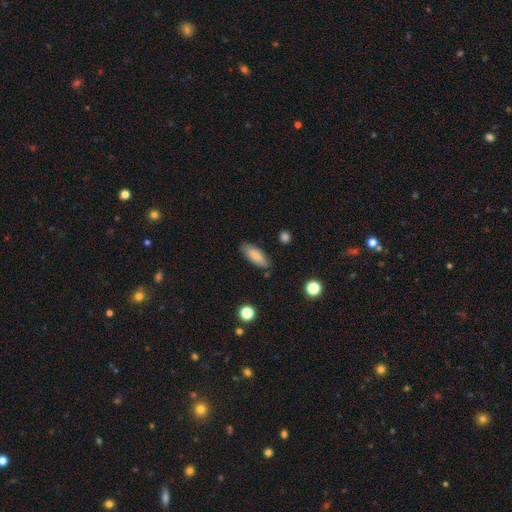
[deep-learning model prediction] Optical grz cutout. It shows a smooth galaxy with no disk features (80%) that is in between round and cigar-shaped (76%). Merging: none (79%).